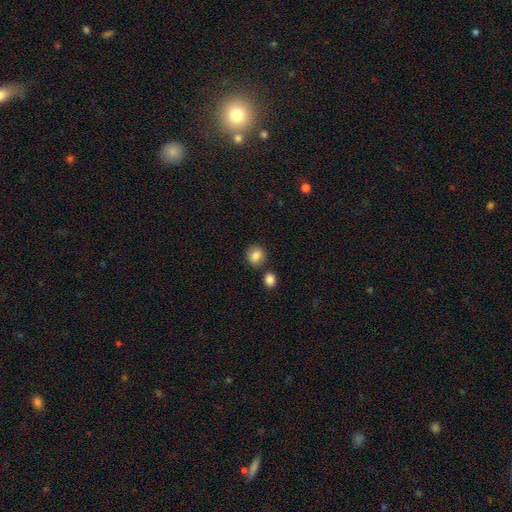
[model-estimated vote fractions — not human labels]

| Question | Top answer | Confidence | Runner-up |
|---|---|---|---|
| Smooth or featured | smooth | 85% | star or artifact (9%) |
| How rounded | round | 80% | in between (19%) |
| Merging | none | 78% | minor disturbance (10%) |